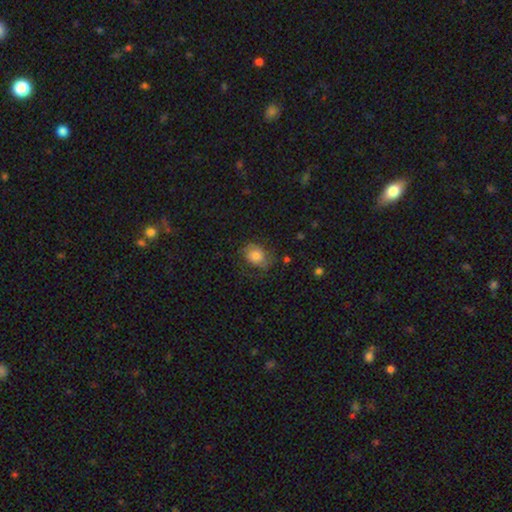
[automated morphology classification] This is likely a smooth galaxy (67%). How rounded: possibly in between (51%). Merging: possibly none (58%).